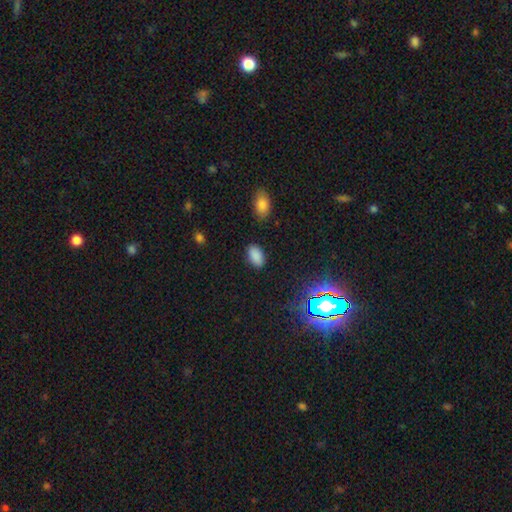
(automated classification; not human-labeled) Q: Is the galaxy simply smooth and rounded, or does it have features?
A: smooth — 85%.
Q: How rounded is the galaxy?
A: in between — 93%.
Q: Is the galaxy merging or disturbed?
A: none — 86%.